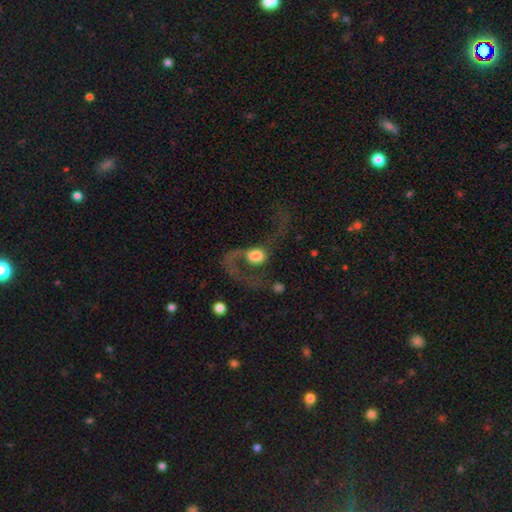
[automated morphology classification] smooth_or_featured: featured or disk (p=0.55) [alt: smooth p=0.37]
disk_edge_on: no (p=0.94) [alt: yes p=0.06]
bar: no (p=0.75) [alt: weak p=0.20]
has_spiral_arms: yes (p=0.66) [alt: no p=0.34]
bulge_size: large (p=0.42) [alt: moderate p=0.35]
merging: major disturbance (p=0.56) [alt: none p=0.24]